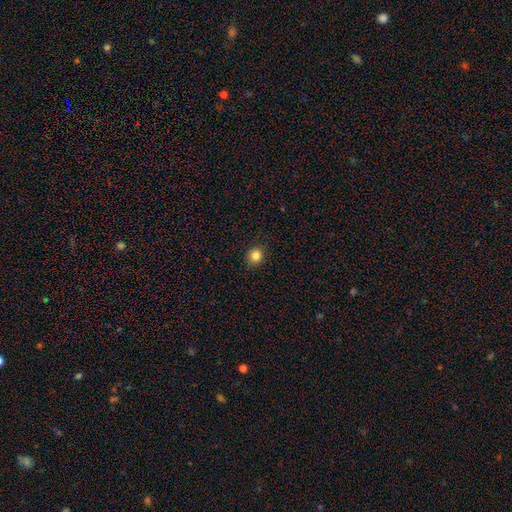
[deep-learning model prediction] Overall: smooth (84%). How rounded: round (84%). Merging: none (90%).